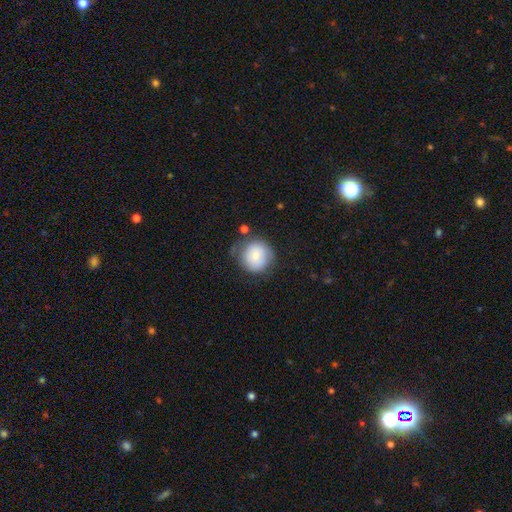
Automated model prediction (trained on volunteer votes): Smooth or featured?
  - smooth: 77% *
  - featured or disk: 16%
  - star or artifact: 7%
How rounded?
  - round: 91% *
  - in between: 8%
  - cigar-shaped: 1%
Merging?
  - none: 66% *
  - minor disturbance: 22%
  - major disturbance: 8%
  - merger: 4%